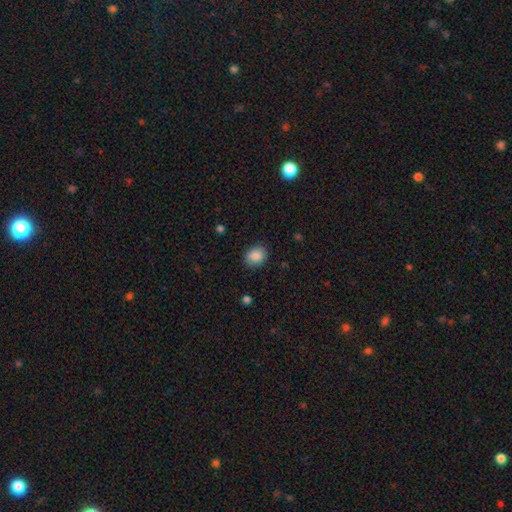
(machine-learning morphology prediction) smooth-or-featured: smooth: 87% | star or artifact: 9% | featured or disk: 5%
  how-rounded: round: 56% | in between: 43% | cigar-shaped: 1%
  merging: none: 86% | minor disturbance: 10% | major disturbance: 3% | merger: 1%